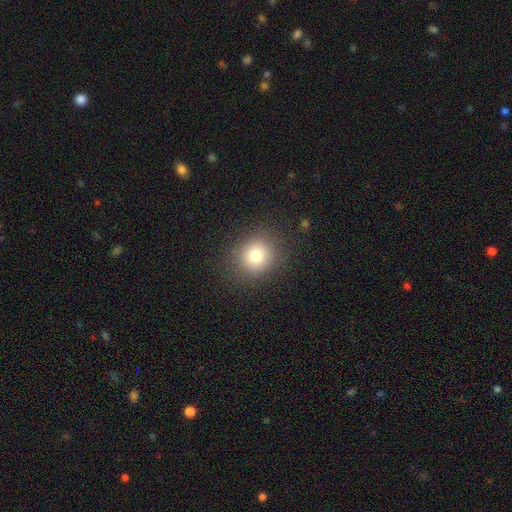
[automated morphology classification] Smooth or featured?
  - smooth: 79% *
  - star or artifact: 13%
  - featured or disk: 8%
How rounded?
  - round: 85% *
  - in between: 14%
  - cigar-shaped: 1%
Merging?
  - none: 88% *
  - minor disturbance: 8%
  - major disturbance: 3%
  - merger: 1%